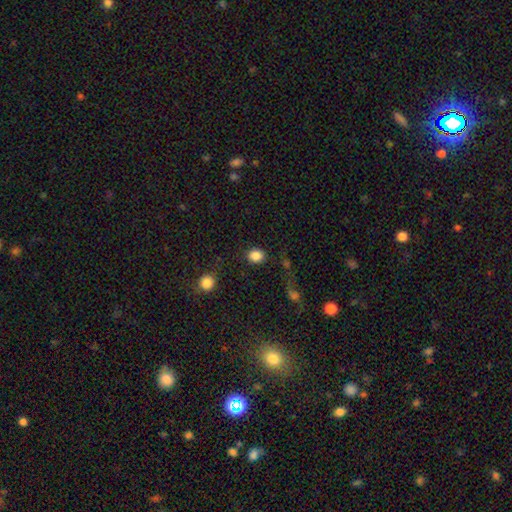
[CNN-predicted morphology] Q: Smooth or featured?
A: smooth (86%); runner-up: star or artifact (10%)
Q: How rounded?
A: round (69%); runner-up: in between (30%)
Q: Merging?
A: none (83%); runner-up: minor disturbance (9%)